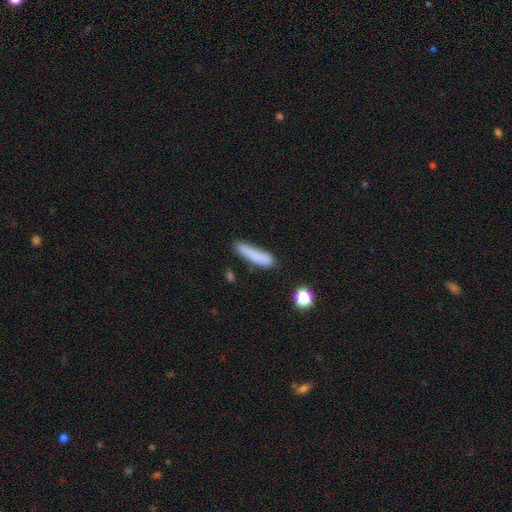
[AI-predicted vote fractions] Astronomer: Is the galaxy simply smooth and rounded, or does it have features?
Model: smooth — 81%.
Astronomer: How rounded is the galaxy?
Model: cigar-shaped — 84%.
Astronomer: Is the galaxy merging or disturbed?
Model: none — 69%.